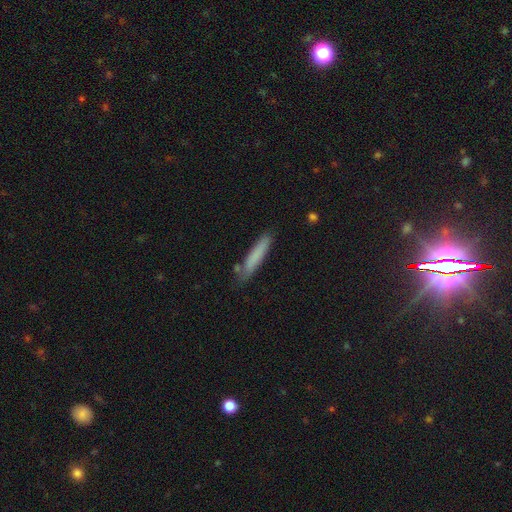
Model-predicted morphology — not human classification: This is likely a smooth galaxy (77%). How rounded: clearly cigar-shaped (91%). Merging: likely none (76%).